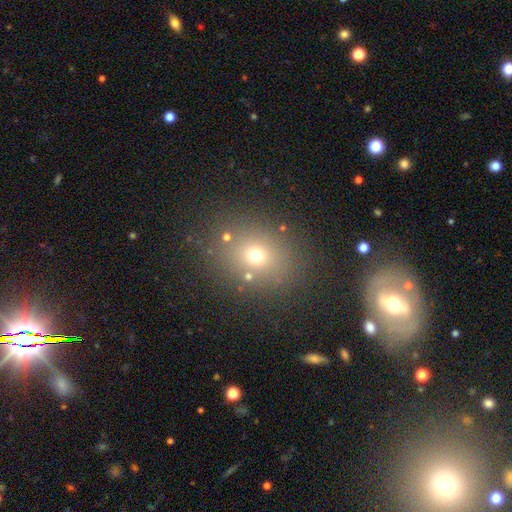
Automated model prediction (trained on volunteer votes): Q: Smooth or featured?
A: smooth (66%); runner-up: star or artifact (22%)
Q: How rounded?
A: round (63%); runner-up: in between (36%)
Q: Merging?
A: none (81%); runner-up: minor disturbance (10%)